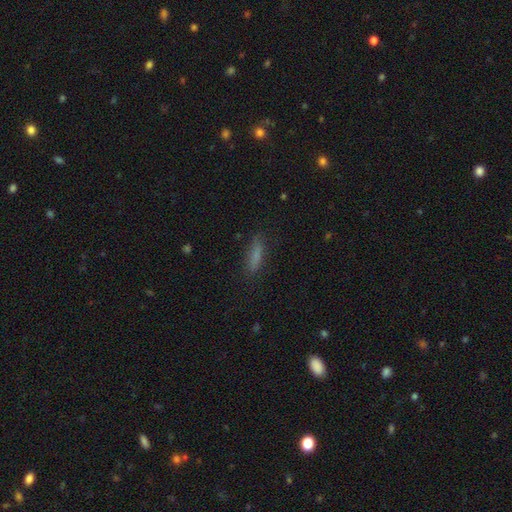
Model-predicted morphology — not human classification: Smooth or featured? Predicted: smooth (p=0.77). How rounded? Predicted: cigar-shaped (p=0.69). Merging? Predicted: none (p=0.81).